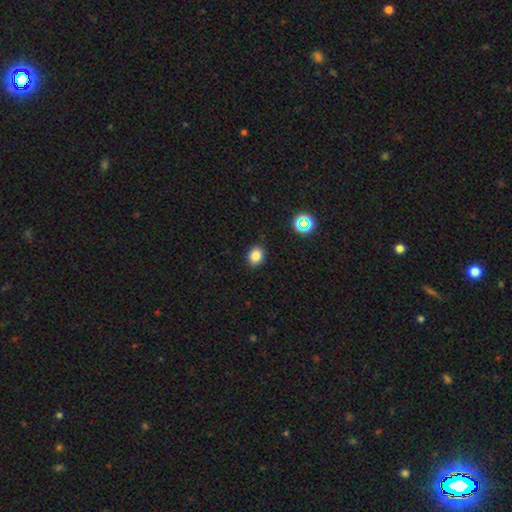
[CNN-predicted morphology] This appears to be a smooth galaxy with no disk features (82%) that is round (54%). Merging: none (89%).